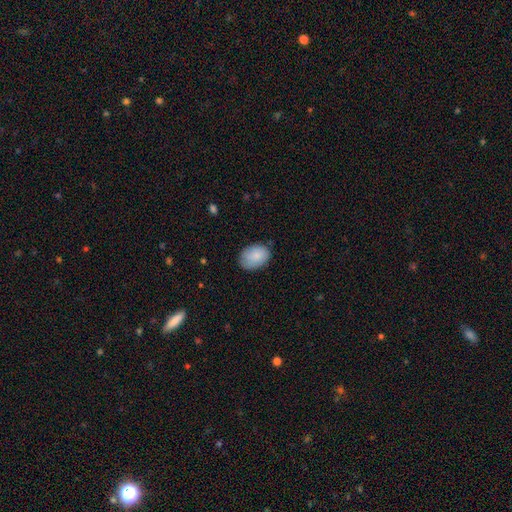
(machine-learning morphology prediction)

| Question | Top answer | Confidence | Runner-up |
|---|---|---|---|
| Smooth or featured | smooth | 86% | featured or disk (8%) |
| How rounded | in between | 80% | round (19%) |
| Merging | none | 77% | minor disturbance (19%) |